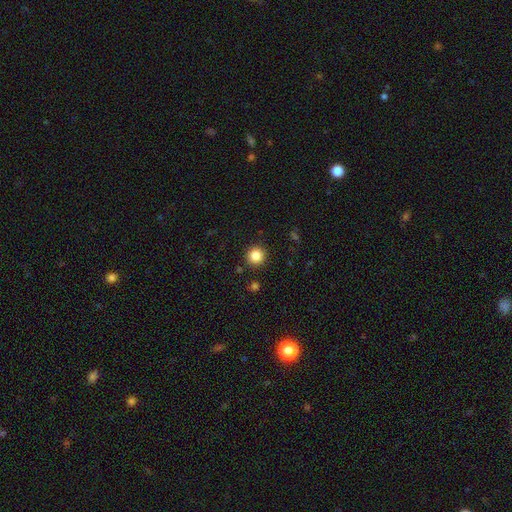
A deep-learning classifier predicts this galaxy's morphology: Q: Smooth or featured?
A: smooth (85%); runner-up: star or artifact (11%)
Q: How rounded?
A: round (95%); runner-up: in between (4%)
Q: Merging?
A: none (91%); runner-up: minor disturbance (5%)